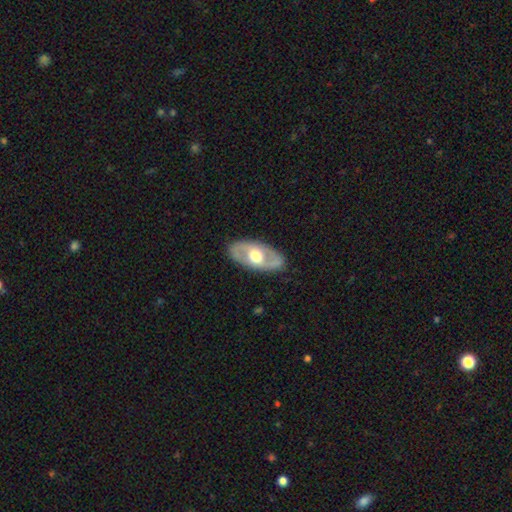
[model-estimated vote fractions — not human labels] Smooth or featured: featured or disk — 64% (smooth — 32%)
Edge-on disk: no — 86% (yes — 14%)
Bar: no — 74% (weak — 19%)
Spiral arms: no — 64% (yes — 36%)
Bulge size: moderate — 62% (large — 32%)
Merging: none — 85% (minor disturbance — 10%)